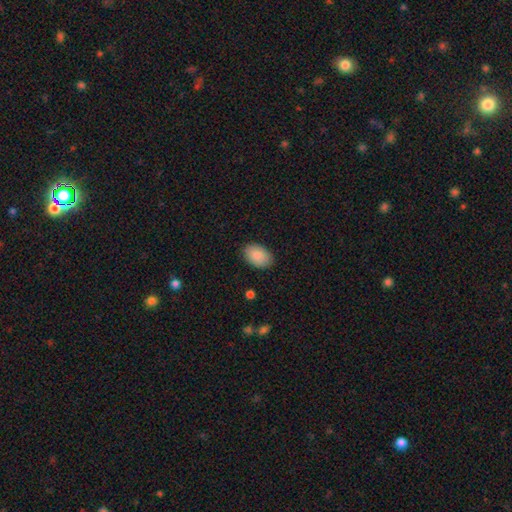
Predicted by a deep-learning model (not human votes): A smooth galaxy with no disk features (89%) that is in between round and cigar-shaped (89%).

Vote fractions:
- Smooth or featured? smooth: 89% / star or artifact: 7% / featured or disk: 5%
- How rounded? in between: 89% / round: 10% / cigar-shaped: 1%
- Merging? none: 88% / minor disturbance: 9% / major disturbance: 2% / merger: 1%